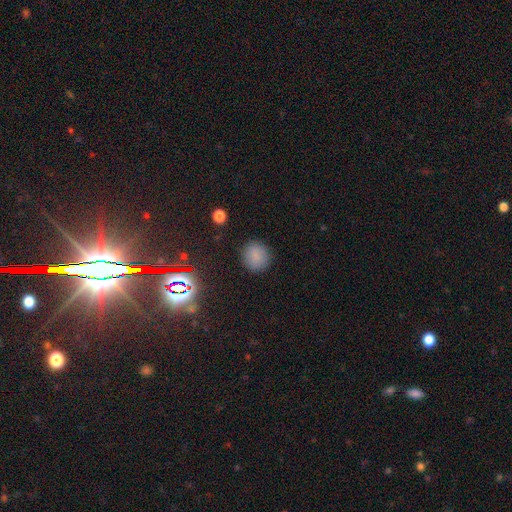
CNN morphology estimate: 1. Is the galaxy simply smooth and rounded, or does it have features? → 81% smooth, 14% star or artifact, 5% featured or disk.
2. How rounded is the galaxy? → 90% round, 9% in between, 1% cigar-shaped.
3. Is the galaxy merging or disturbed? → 88% none, 8% minor disturbance, 3% major disturbance, 1% merger.